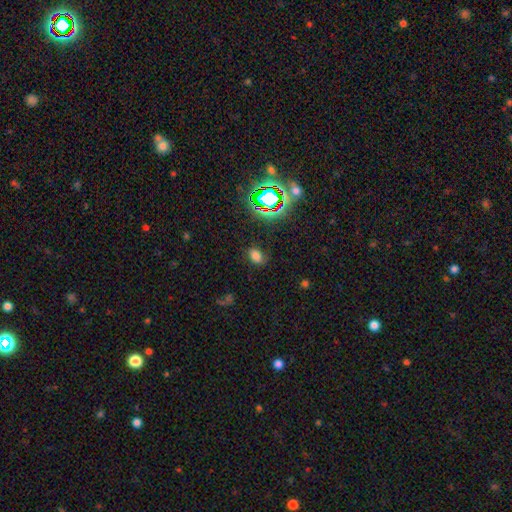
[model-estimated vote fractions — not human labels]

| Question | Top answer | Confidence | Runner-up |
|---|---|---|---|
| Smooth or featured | smooth | 68% | star or artifact (24%) |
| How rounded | in between | 81% | round (17%) |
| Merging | none | 79% | minor disturbance (14%) |